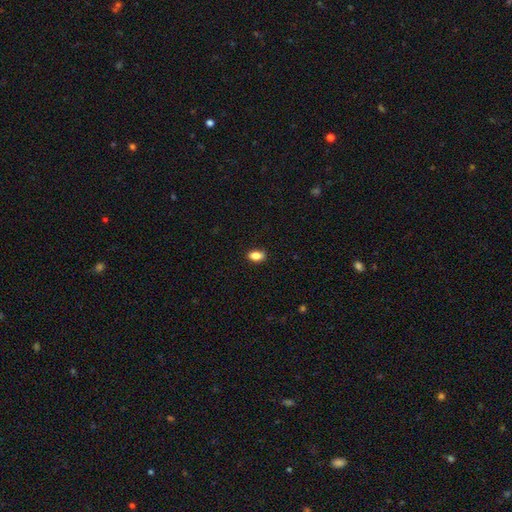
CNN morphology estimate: smooth 84%, star or artifact 9%, featured or disk 7%. Down the decision tree: how rounded — in between (86%); merging — none (87%).